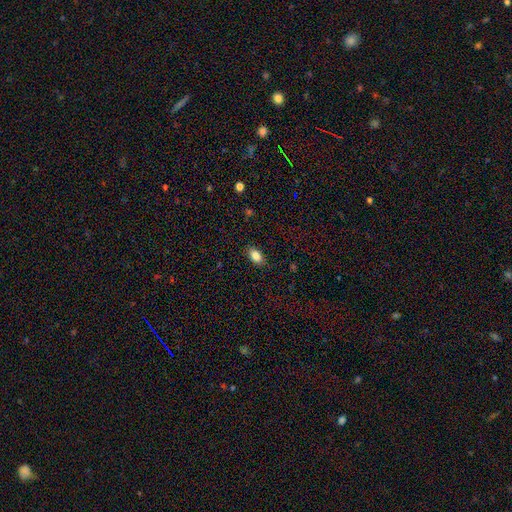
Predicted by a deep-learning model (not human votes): The model was most divided on "merging": none: 85%, minor disturbance: 11%, major disturbance: 3%, merger: 1%. More confident: how rounded — in between (89%); smooth or featured — smooth (84%).